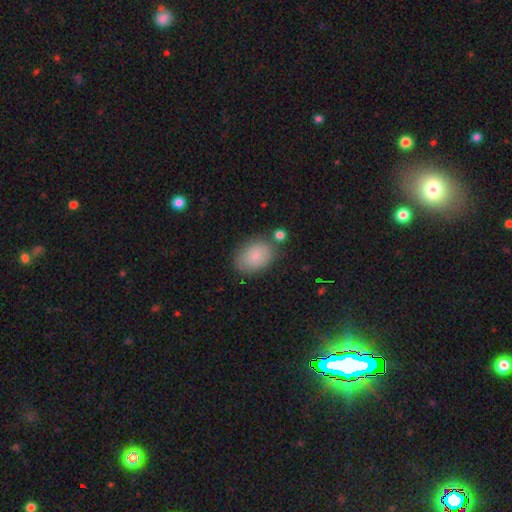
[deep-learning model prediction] The model was most divided on "merging": none: 73%, minor disturbance: 16%, merger: 6%, major disturbance: 4%. More confident: how rounded — in between (85%); smooth or featured — smooth (83%).